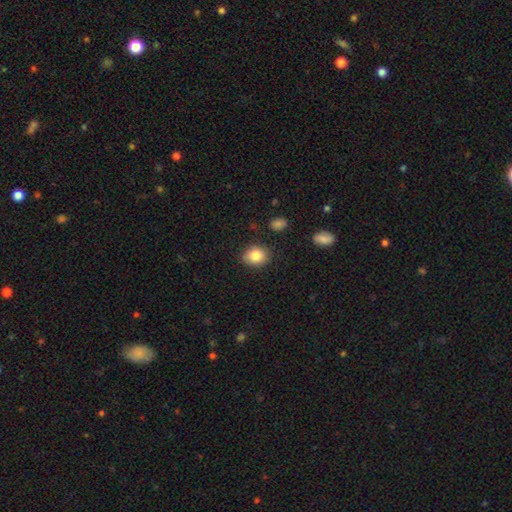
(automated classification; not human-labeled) Smooth or featured? Predicted: smooth (p=0.84). How rounded? Predicted: round (p=0.51). Merging? Predicted: none (p=0.87).